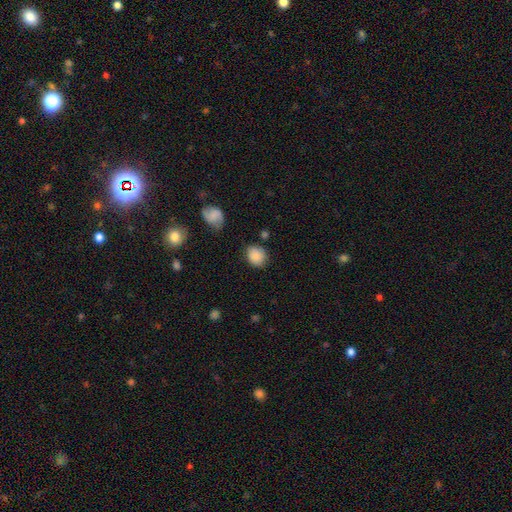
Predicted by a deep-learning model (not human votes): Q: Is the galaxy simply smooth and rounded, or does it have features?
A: smooth — 85%.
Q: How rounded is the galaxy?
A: round — 67%.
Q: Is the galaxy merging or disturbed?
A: none — 75%.